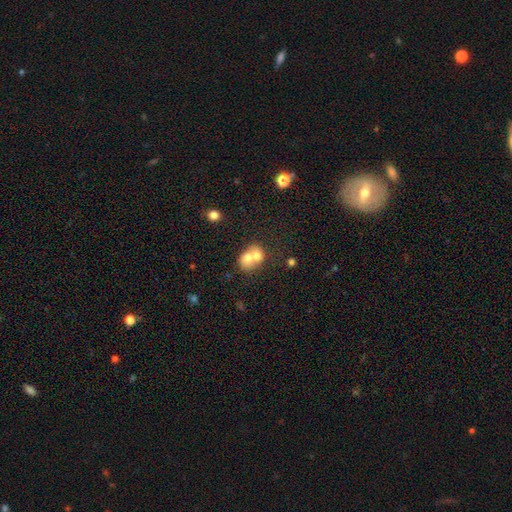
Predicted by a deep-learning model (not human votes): smooth_or_featured: smooth (p=0.62) [alt: featured or disk p=0.26]
how_rounded: round (p=0.55) [alt: in between p=0.44]
merging: merger (p=0.69) [alt: none p=0.22]